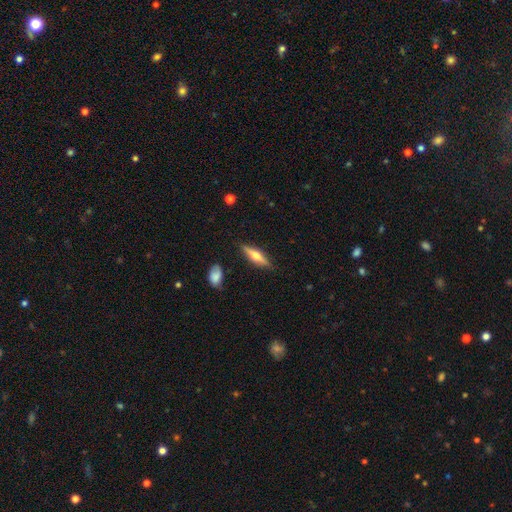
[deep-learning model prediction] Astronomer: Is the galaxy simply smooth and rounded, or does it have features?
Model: featured or disk — 56% (runner-up: smooth, 38%).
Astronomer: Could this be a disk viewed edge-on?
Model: yes — 94%.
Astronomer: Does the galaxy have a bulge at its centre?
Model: rounded — 92%.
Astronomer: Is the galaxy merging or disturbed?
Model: none — 85%.